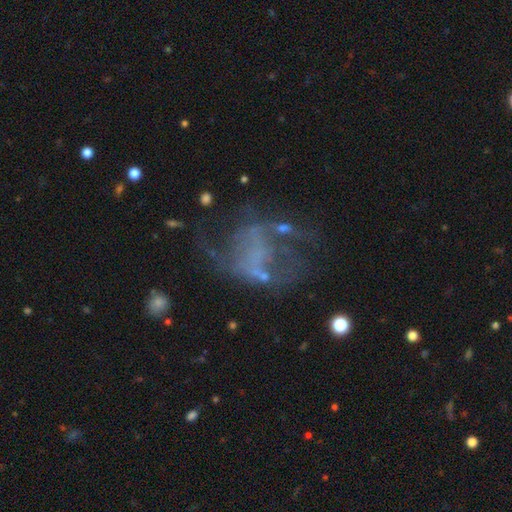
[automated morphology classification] Smooth or featured? featured or disk (63%)
Edge-on disk? no (97%)
Bar? no (70%)
Spiral arms? no (59%)
Bulge size? none (76%)
Merging? none (38%, tied with major disturbance)